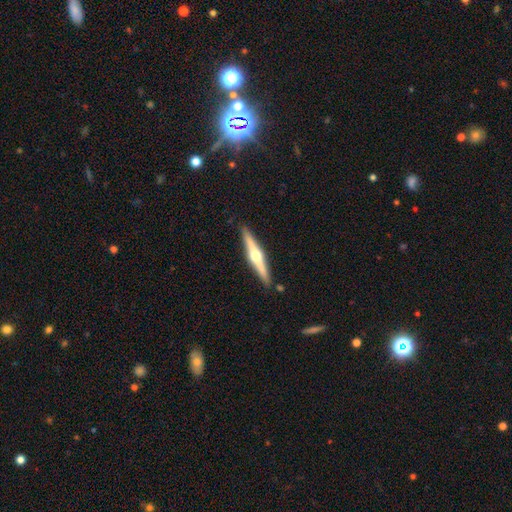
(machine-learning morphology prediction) Smooth or featured?
  - featured or disk: 72% *
  - smooth: 23%
  - star or artifact: 5%
Edge-on disk?
  - yes: 98% *
  - no: 2%
Edge-on bulge?
  - rounded: 95% *
  - none: 3%
  - boxy: 3%
Merging?
  - none: 90% *
  - minor disturbance: 7%
  - merger: 2%
  - major disturbance: 1%